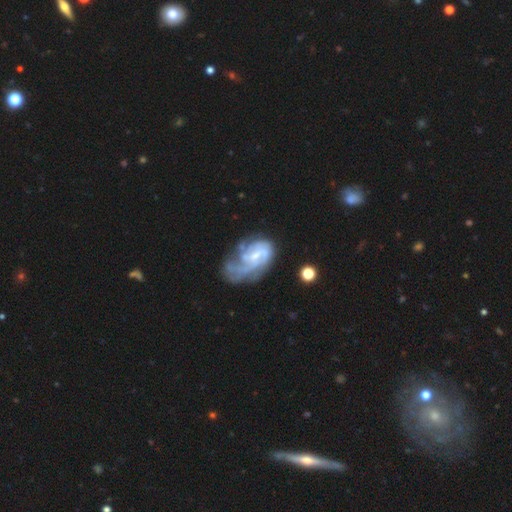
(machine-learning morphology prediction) Smooth or featured?
  - featured or disk: 80% *
  - smooth: 13%
  - star or artifact: 7%
Edge-on disk?
  - no: 98% *
  - yes: 2%
Bar?
  - weak: 45% * (tied)
  - no: 45% * (tied)
  - strong: 10%
Spiral arms?
  - yes: 85% *
  - no: 15%
Spiral winding?
  - medium: 41% *
  - tight: 36%
  - loose: 23%
Spiral arm count?
  - can't tell: 37% *
  - 2: 22%
  - 3: 19%
  - 4: 9%
  - 1: 8%
  - more than 4: 5%
Bulge size?
  - small: 60% *
  - moderate: 22%
  - none: 15%
  - large: 2%
  - dominant: 1%
Merging?
  - major disturbance: 36% *
  - none: 33%
  - minor disturbance: 24%
  - merger: 7%